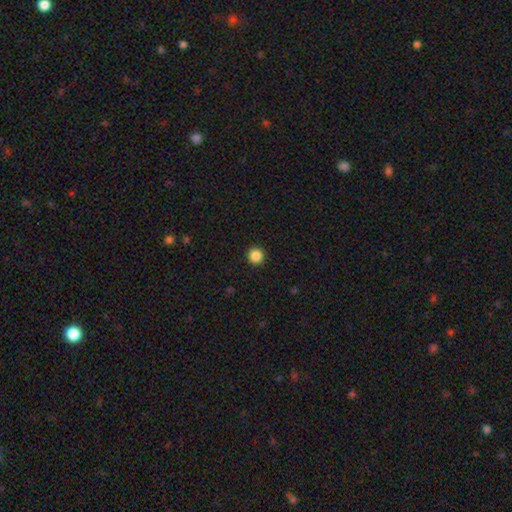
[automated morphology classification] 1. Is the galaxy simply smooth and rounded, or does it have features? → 86% smooth, 11% star or artifact, 3% featured or disk.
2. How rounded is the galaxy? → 95% round, 4% in between, 1% cigar-shaped.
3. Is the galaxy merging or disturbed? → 93% none, 4% minor disturbance, 2% major disturbance, 1% merger.